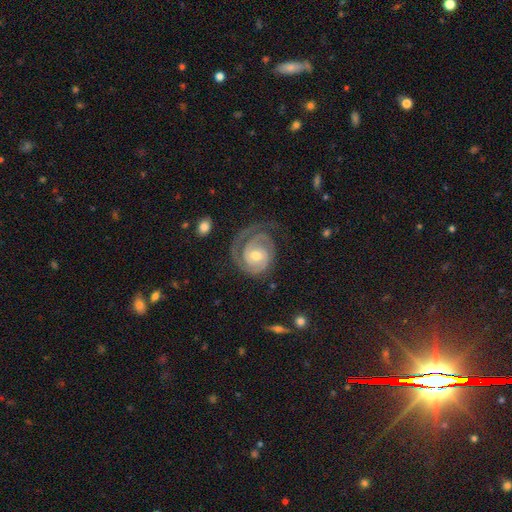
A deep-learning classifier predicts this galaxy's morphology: Smooth or featured? featured or disk (89%)
Edge-on disk? no (98%)
Bar? no (57%)
Spiral arms? yes (97%)
Spiral winding? tight (71%)
Spiral arm count? 2 (51%)
Bulge size? moderate (59%)
Merging? none (67%)